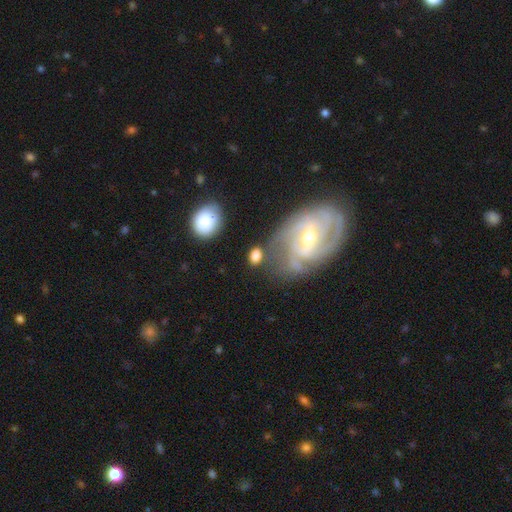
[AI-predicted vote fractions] Smooth or featured?
  - smooth: 65% *
  - featured or disk: 26%
  - star or artifact: 9%
How rounded?
  - in between: 67% *
  - round: 30%
  - cigar-shaped: 3%
Merging?
  - none: 54% *
  - minor disturbance: 19%
  - merger: 16%
  - major disturbance: 12%